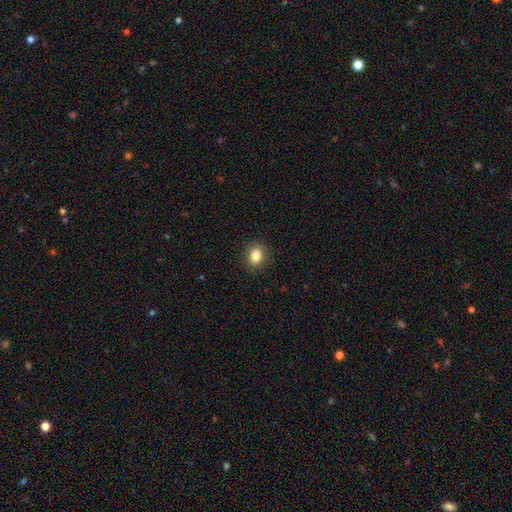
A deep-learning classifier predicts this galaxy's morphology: smooth-or-featured: smooth: 85% | star or artifact: 10% | featured or disk: 6%
  how-rounded: in between: 55% | round: 43% | cigar-shaped: 1%
  merging: none: 89% | minor disturbance: 7% | major disturbance: 2% | merger: 1%